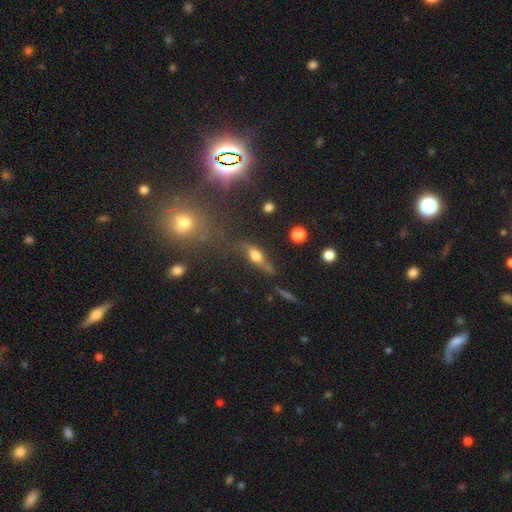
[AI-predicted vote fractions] Morphology: type=smooth (47%); merging=none (50%).